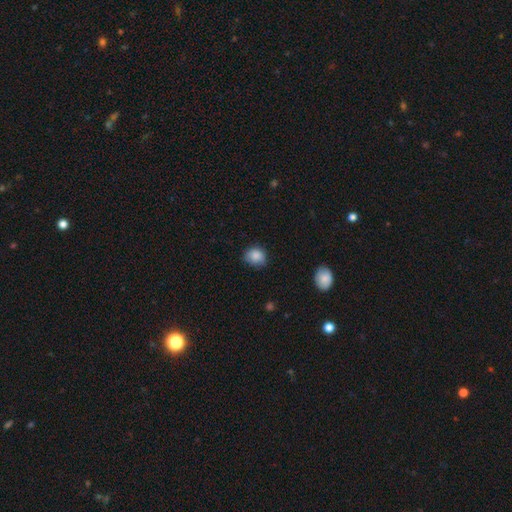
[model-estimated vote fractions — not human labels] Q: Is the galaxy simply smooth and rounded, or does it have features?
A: smooth — 86%.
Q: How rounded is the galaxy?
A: round — 62%.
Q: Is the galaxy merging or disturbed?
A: none — 67%.